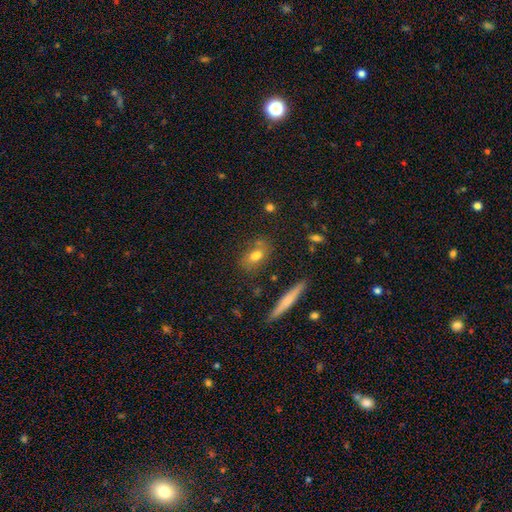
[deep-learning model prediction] Smooth or featured: smooth — 68% (featured or disk — 20%)
How rounded: in between — 68% (round — 22%)
Merging: none — 63% (minor disturbance — 17%)